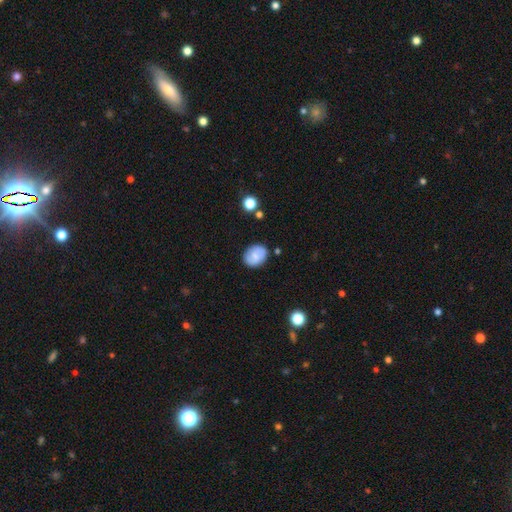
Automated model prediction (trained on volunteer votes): Smooth or featured?
  - smooth: 64% *
  - featured or disk: 28%
  - star or artifact: 8%
How rounded?
  - in between: 52% *
  - round: 47%
  - cigar-shaped: 1%
Merging?
  - none: 81% *
  - minor disturbance: 13%
  - major disturbance: 3%
  - merger: 3%